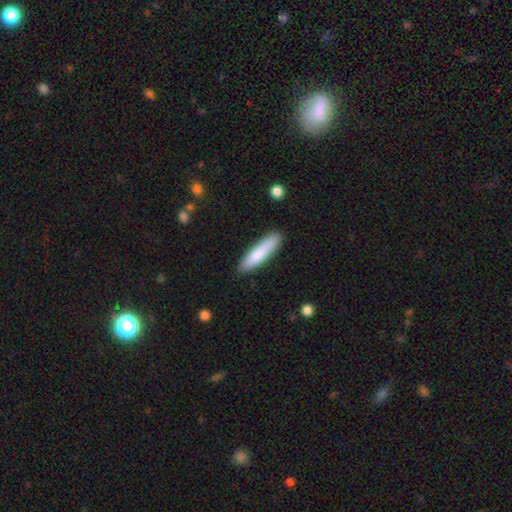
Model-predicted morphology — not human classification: Smooth or featured? Predicted: smooth (p=0.79). How rounded? Predicted: cigar-shaped (p=0.74). Merging? Predicted: none (p=0.86).